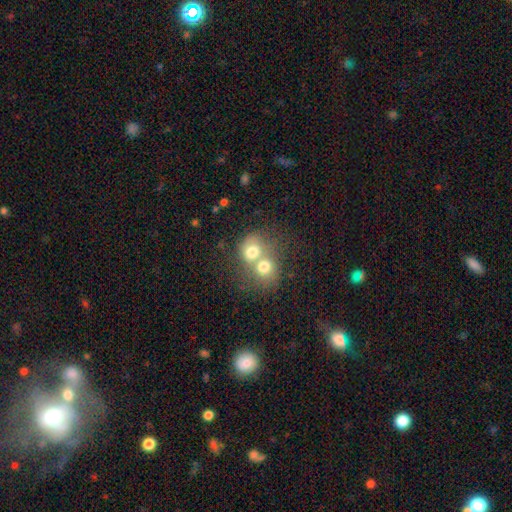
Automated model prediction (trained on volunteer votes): A smooth galaxy with no disk features (64%) that is round (69%).

Vote fractions:
- Smooth or featured? smooth: 64% / featured or disk: 23% / star or artifact: 13%
- How rounded? round: 69% / in between: 30% / cigar-shaped: 1%
- Merging? merger: 71% / none: 20% / minor disturbance: 5% / major disturbance: 3%